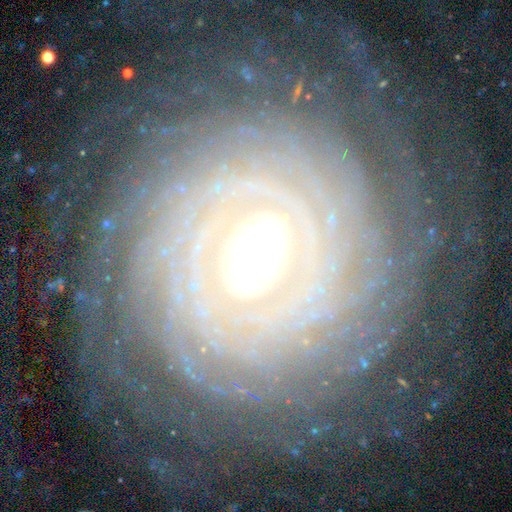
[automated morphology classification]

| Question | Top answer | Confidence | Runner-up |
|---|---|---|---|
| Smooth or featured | featured or disk | 89% | star or artifact (6%) |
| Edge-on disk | no | 96% | yes (4%) |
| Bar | strong | 45% | weak (38%) |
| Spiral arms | yes | 97% | no (3%) |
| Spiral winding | tight | 91% | medium (7%) |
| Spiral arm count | more than 4 | 43% | can't tell (20%) |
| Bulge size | moderate | 69% | large (15%) |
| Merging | none | 84% | minor disturbance (10%) |